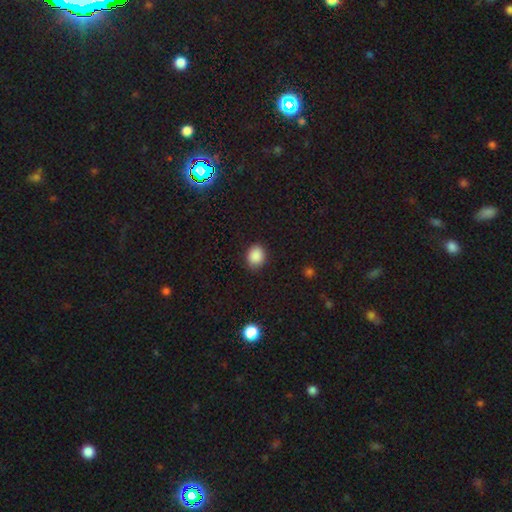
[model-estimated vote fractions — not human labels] The model was most divided on "how rounded": round: 58%, in between: 42%, cigar-shaped: 1%. More confident: smooth or featured — smooth (88%); merging — none (86%).